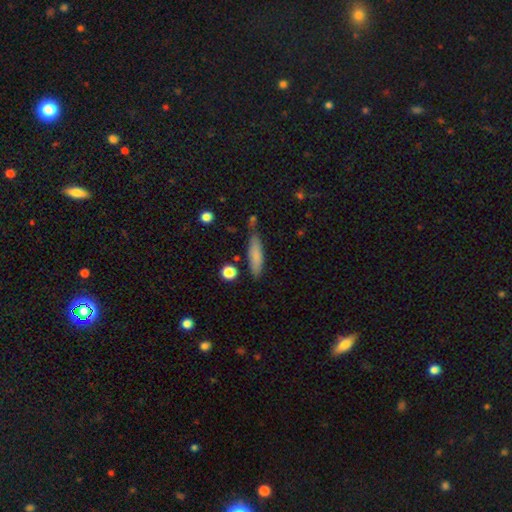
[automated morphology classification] smooth-or-featured: smooth: 79% | featured or disk: 14% | star or artifact: 7%
  how-rounded: cigar-shaped: 73% | in between: 25% | round: 2%
  merging: none: 73% | minor disturbance: 18% | merger: 6% | major disturbance: 4%